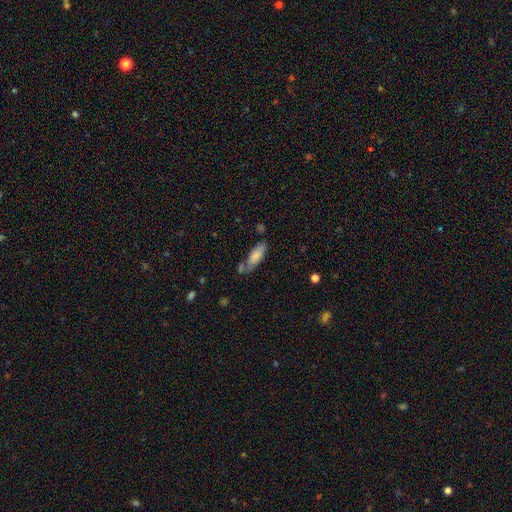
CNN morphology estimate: Smooth or featured?
  - smooth: 79% *
  - featured or disk: 15%
  - star or artifact: 6%
How rounded?
  - in between: 63% *
  - cigar-shaped: 35%
  - round: 2%
Merging?
  - none: 56% *
  - minor disturbance: 23%
  - merger: 15%
  - major disturbance: 7%